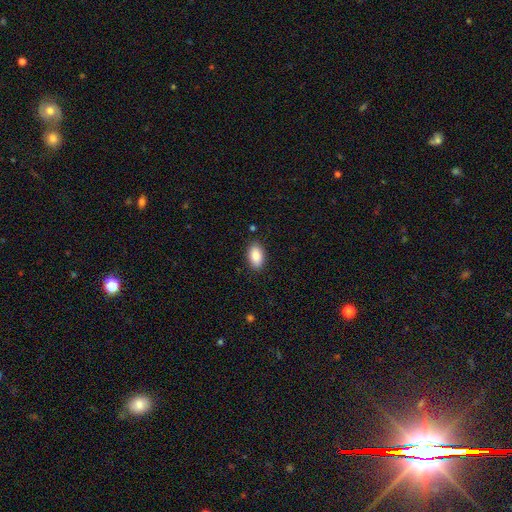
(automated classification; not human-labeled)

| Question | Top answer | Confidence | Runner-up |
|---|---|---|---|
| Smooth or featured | smooth | 87% | star or artifact (7%) |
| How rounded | in between | 93% | round (4%) |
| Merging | none | 87% | minor disturbance (10%) |